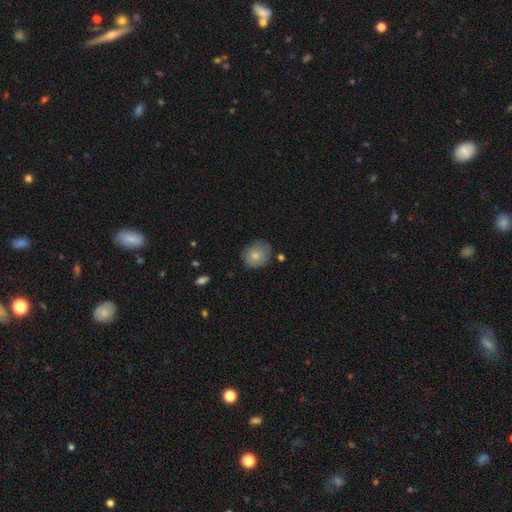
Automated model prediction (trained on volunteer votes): Smooth or featured? Predicted: smooth (p=0.78). How rounded? Predicted: round (p=0.70). Merging? Predicted: none (p=0.70).